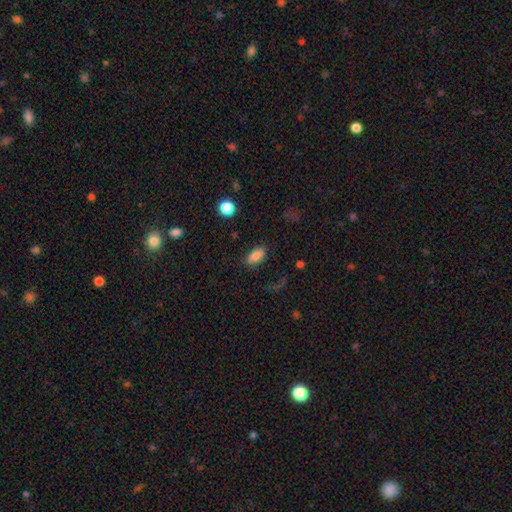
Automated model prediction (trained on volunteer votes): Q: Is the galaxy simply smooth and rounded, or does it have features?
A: smooth — 85%.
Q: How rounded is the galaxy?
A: in between — 91%.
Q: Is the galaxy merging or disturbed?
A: none — 82%.